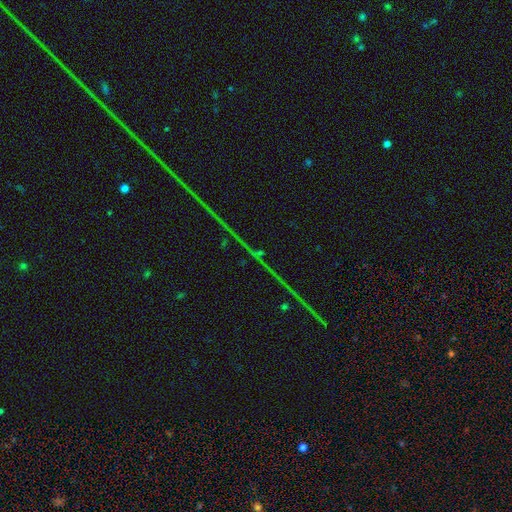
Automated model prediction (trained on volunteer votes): Smooth or featured? star or artifact (86%)